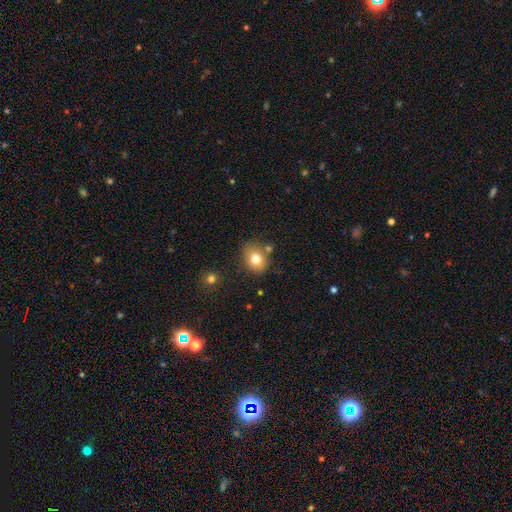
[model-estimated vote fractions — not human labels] A smooth galaxy with no disk features (77%) that is round (54%). Merging: none (71%).